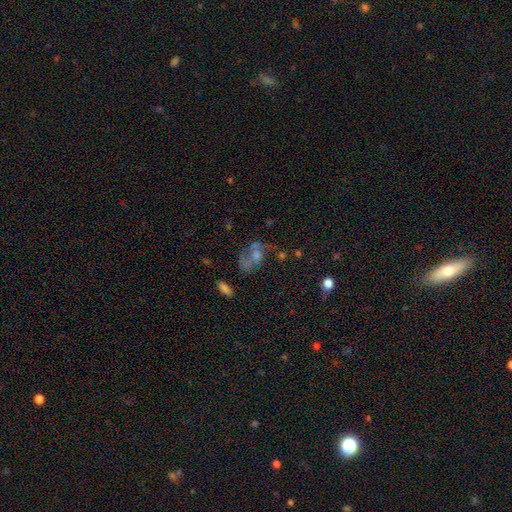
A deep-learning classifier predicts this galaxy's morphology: A featured or disk galaxy (54%) with no bar (72%), spiral arms (60%) and a moderate central bulge (40%). Merging: none (37%).